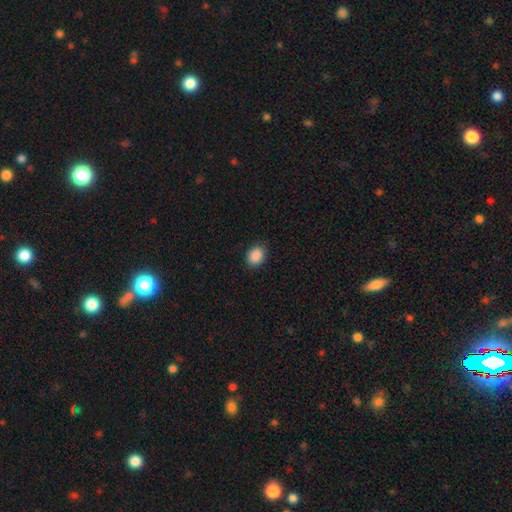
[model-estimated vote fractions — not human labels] The model was most divided on "how rounded": in between: 56%, round: 43%, cigar-shaped: 1%. More confident: smooth or featured — smooth (89%); merging — none (83%).